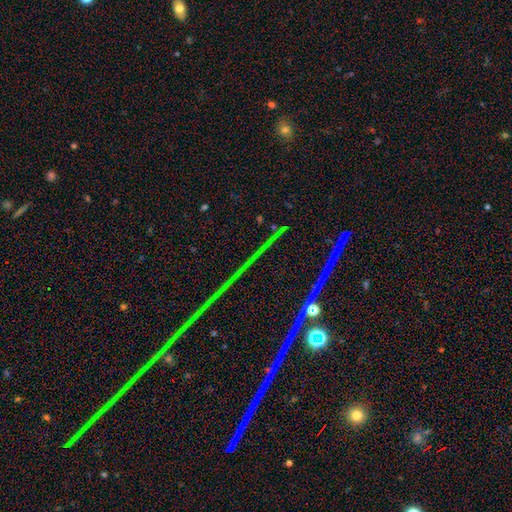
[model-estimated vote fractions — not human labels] Smooth or featured? star or artifact (75%)